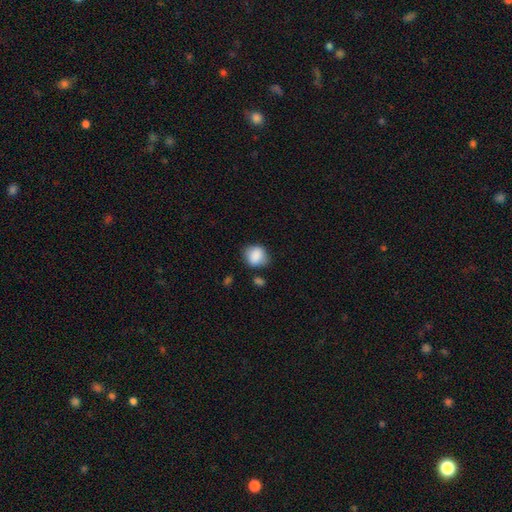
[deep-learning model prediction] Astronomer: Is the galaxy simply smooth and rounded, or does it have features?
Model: smooth — 87%.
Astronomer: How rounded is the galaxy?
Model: round — 67%.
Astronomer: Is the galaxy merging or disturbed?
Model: none — 68%.